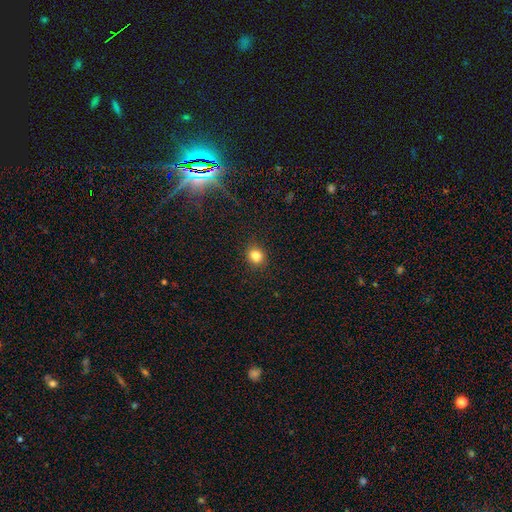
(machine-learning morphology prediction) A smooth galaxy with no disk features (82%) that is round (81%). Merging: none (89%).